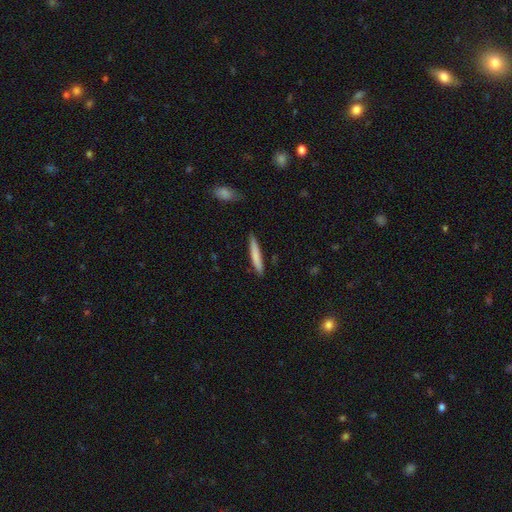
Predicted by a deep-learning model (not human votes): Smooth or featured? smooth (77%)
How rounded? cigar-shaped (94%)
Merging? none (86%)